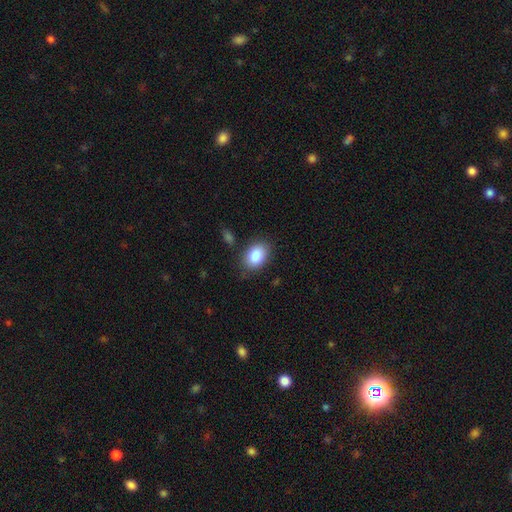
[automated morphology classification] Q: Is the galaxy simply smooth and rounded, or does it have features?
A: smooth — 86%.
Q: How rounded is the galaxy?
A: in between — 83%.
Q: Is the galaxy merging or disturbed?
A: none — 80%.